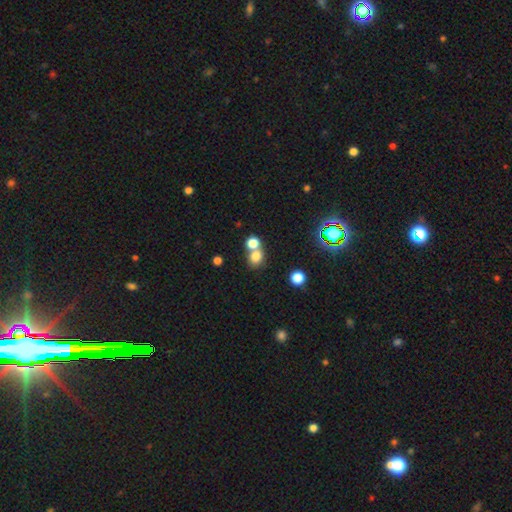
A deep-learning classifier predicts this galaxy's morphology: Smooth or featured? smooth (77%)
How rounded? round (70%)
Merging? none (47%)